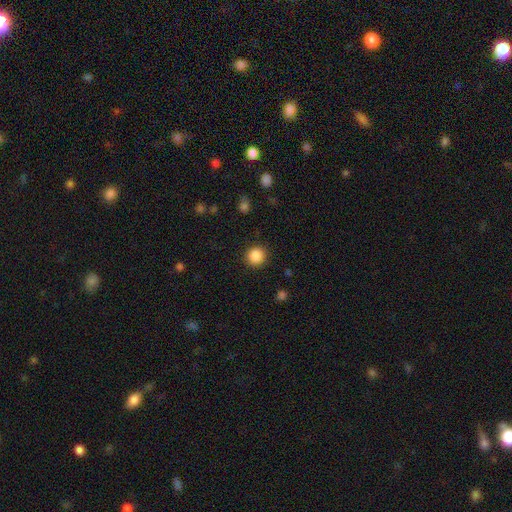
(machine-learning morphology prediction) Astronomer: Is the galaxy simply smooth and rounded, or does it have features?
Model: smooth — 87%.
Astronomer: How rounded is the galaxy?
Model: round — 94%.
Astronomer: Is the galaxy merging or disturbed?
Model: none — 91%.